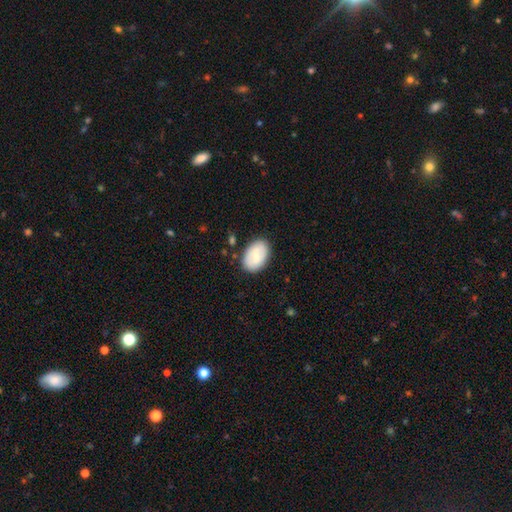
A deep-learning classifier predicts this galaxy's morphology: This appears to be a smooth galaxy with no disk features (68%) that is in between round and cigar-shaped (88%). Merging: none (83%).